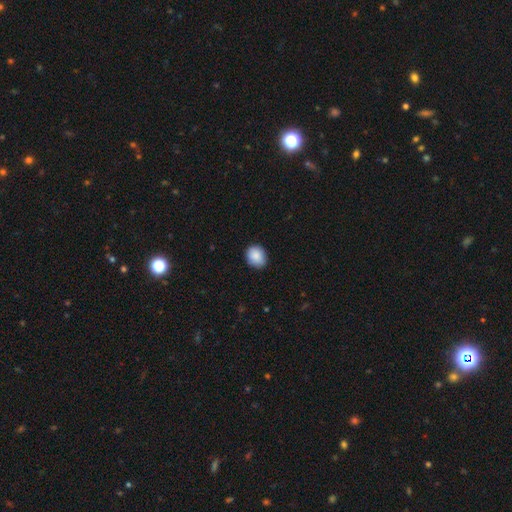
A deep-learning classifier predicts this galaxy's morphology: smooth-or-featured: smooth: 89% | star or artifact: 7% | featured or disk: 4%
  how-rounded: round: 63% | in between: 36% | cigar-shaped: 1%
  merging: none: 86% | minor disturbance: 11% | major disturbance: 2% | merger: 1%